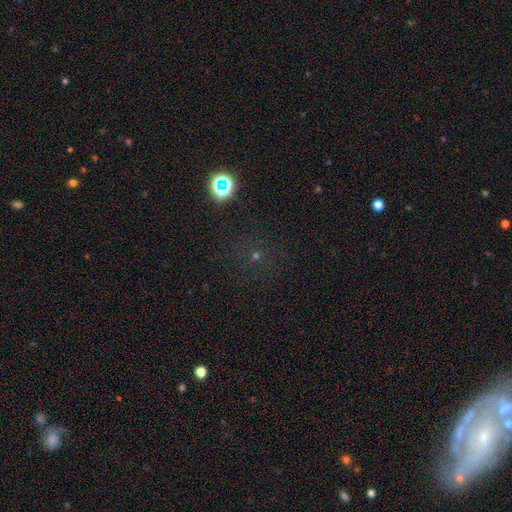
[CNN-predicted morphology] This appears to be a star or artifact, not a galaxy (54%).